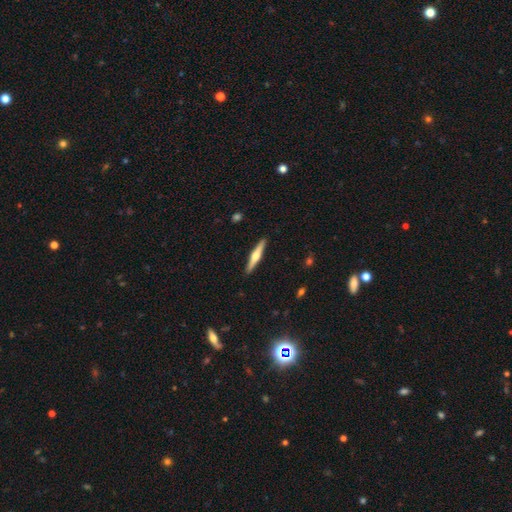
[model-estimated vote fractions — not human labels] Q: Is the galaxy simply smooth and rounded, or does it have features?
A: featured or disk — 63%.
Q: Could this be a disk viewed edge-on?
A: yes — 97%.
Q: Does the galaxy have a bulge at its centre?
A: rounded — 92%.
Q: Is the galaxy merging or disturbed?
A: none — 92%.